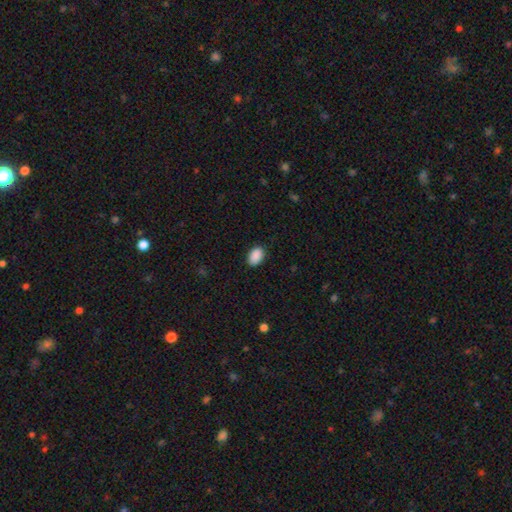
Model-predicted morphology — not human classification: Q: Smooth or featured?
A: smooth (90%); runner-up: star or artifact (7%)
Q: How rounded?
A: in between (89%); runner-up: round (10%)
Q: Merging?
A: none (87%); runner-up: minor disturbance (9%)